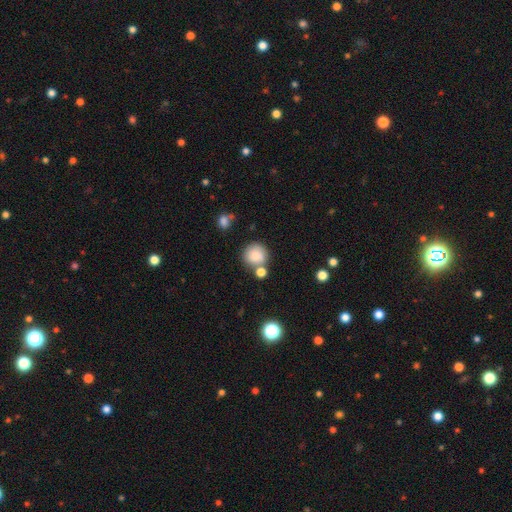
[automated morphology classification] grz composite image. It shows a smooth galaxy with no disk features (84%) that is round (89%). Merging: none (63%).